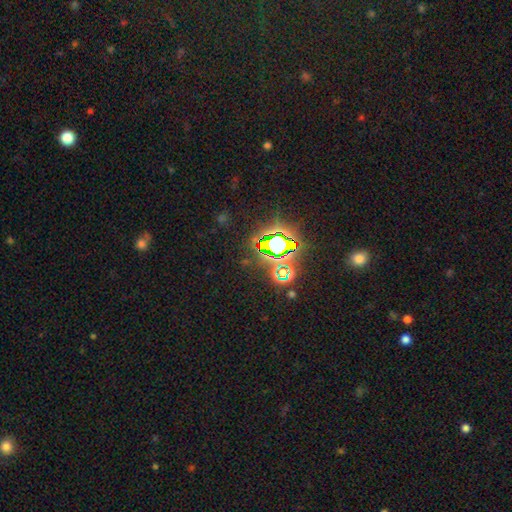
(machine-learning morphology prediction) Smooth or featured?
  - star or artifact: 77% *
  - smooth: 14%
  - featured or disk: 8%